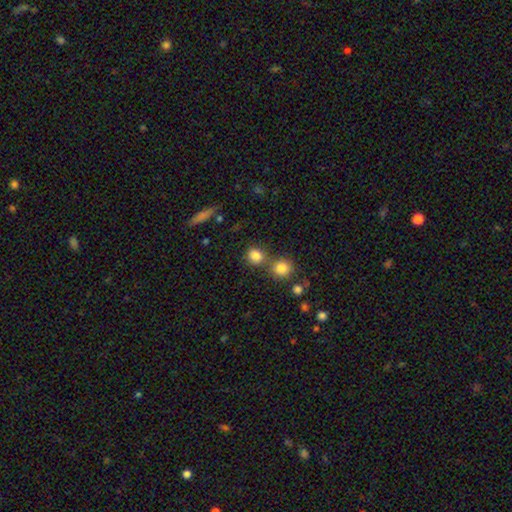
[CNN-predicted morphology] Smooth or featured? smooth (82%)
How rounded? round (80%)
Merging? none (61%)